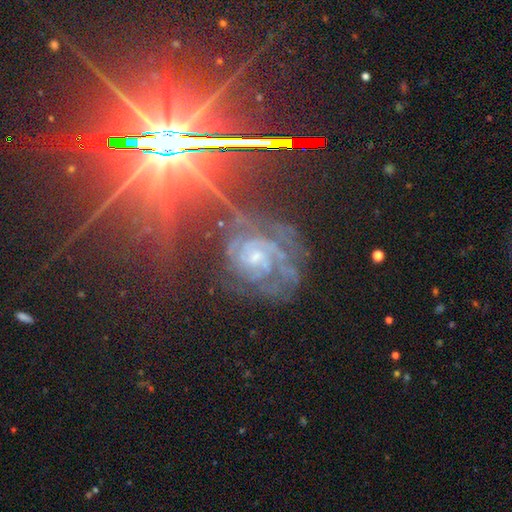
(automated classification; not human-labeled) Overall: featured or disk (71%). Edge-on disk: no (95%). Bar: no (70%). Spiral arms: yes (91%). Spiral arm count: can't tell (34%; 2 25%). Spiral winding: tight (61%; medium 31%). Bulge size: small (61%; moderate 29%). Merging: none (57%; minor disturbance 20%).